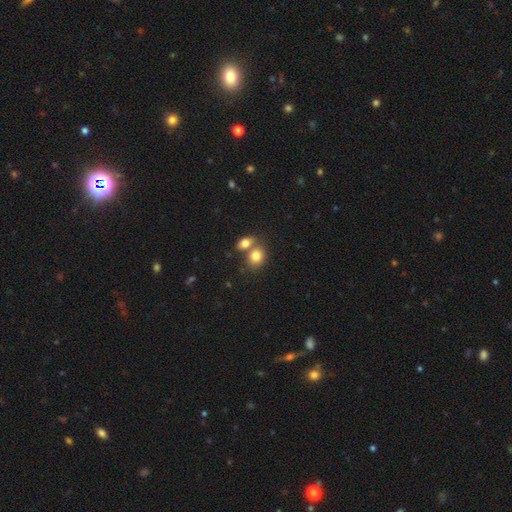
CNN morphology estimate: Smooth or featured: smooth — 82% (featured or disk — 9%)
How rounded: in between — 50% (round — 49%)
Merging: merger — 49% (none — 40%)